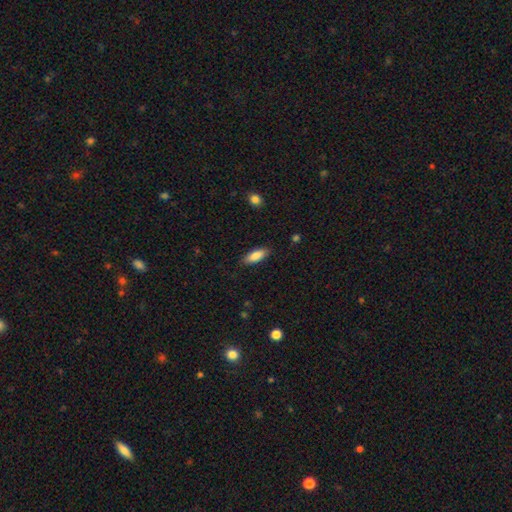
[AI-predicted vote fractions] Overall: smooth (85%). How rounded: in between (70%). Merging: none (86%).